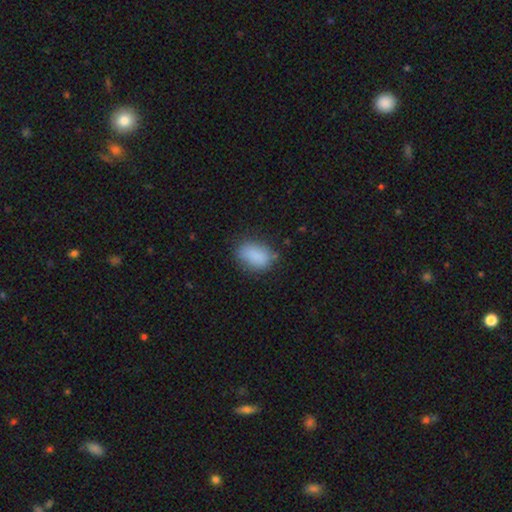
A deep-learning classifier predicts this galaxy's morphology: The model was most divided on "merging": none: 72%, minor disturbance: 20%, major disturbance: 6%, merger: 2%. More confident: smooth or featured — smooth (86%); how rounded — in between (82%).